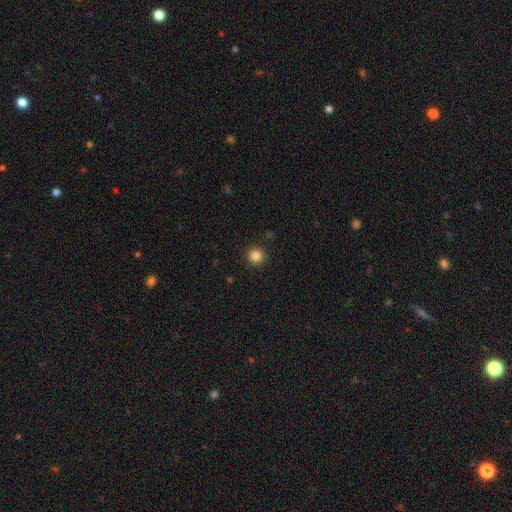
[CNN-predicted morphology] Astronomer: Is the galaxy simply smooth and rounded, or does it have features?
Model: smooth — 85%.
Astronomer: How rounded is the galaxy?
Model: round — 95%.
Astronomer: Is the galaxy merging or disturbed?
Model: none — 92%.